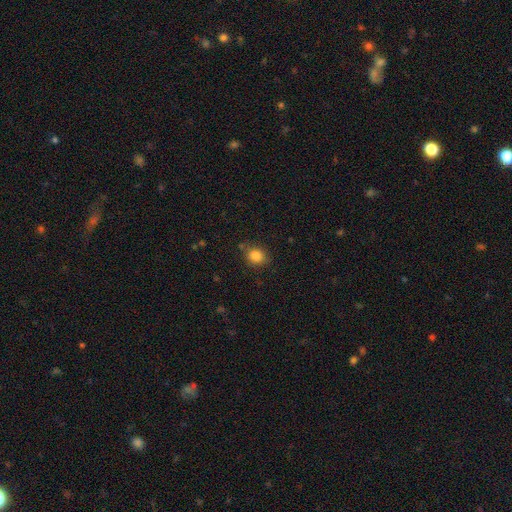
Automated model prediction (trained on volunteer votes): This appears to be a smooth galaxy with no disk features (85%) that is round (70%). Merging: none (81%).